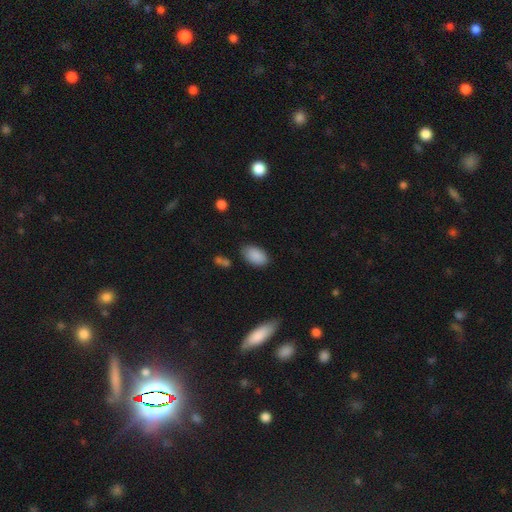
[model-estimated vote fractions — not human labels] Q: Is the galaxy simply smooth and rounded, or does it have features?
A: smooth — 89%.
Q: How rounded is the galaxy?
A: in between — 94%.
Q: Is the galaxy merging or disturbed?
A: none — 80%.